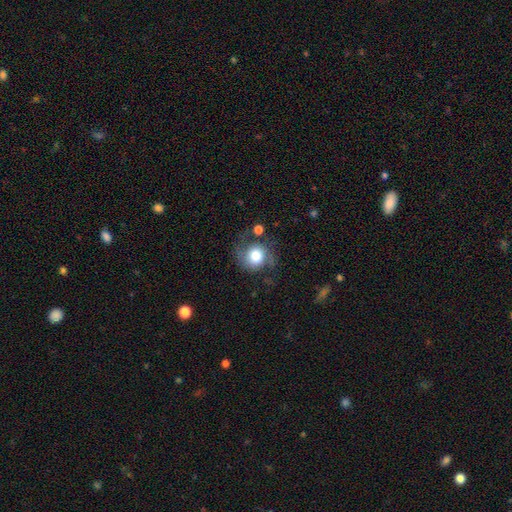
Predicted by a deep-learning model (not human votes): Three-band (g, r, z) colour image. It shows a smooth galaxy with no disk features (58%) that is round (83%). Merging: none (55%).